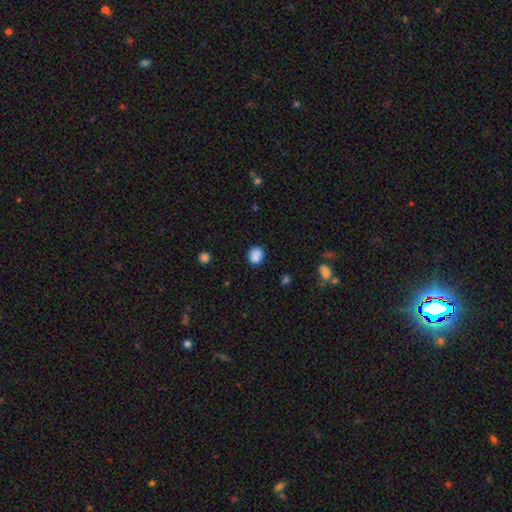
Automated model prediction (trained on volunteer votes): smooth-or-featured: smooth: 86% | star or artifact: 10% | featured or disk: 5%
  how-rounded: round: 66% | in between: 34% | cigar-shaped: 1%
  merging: none: 78% | minor disturbance: 17% | major disturbance: 4% | merger: 2%